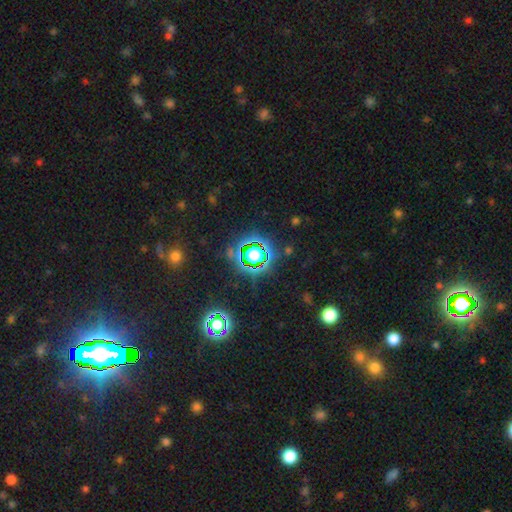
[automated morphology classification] This appears to be a star or artifact, not a galaxy (80%).